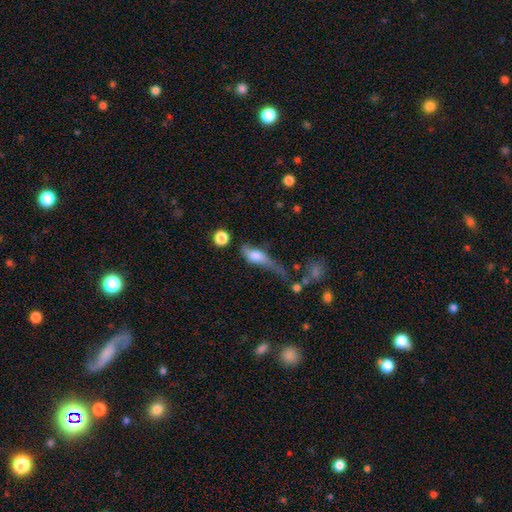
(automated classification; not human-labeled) Q: Smooth or featured?
A: smooth (62%); runner-up: featured or disk (29%)
Q: How rounded?
A: in between (64%); runner-up: cigar-shaped (27%)
Q: Merging?
A: major disturbance (46%); runner-up: minor disturbance (22%)